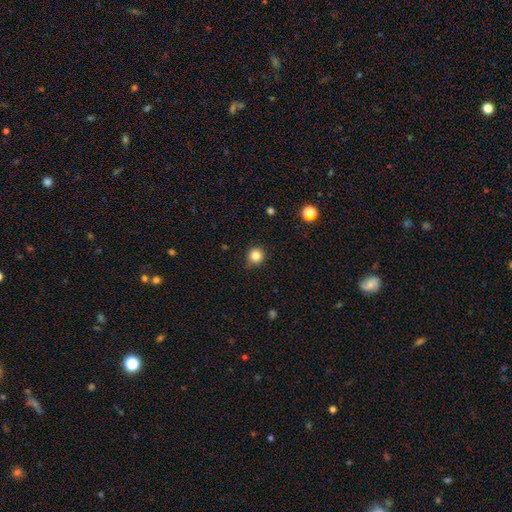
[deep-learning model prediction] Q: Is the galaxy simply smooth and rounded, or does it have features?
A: smooth — 83%.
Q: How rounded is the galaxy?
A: round — 91%.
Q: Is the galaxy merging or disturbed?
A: none — 87%.